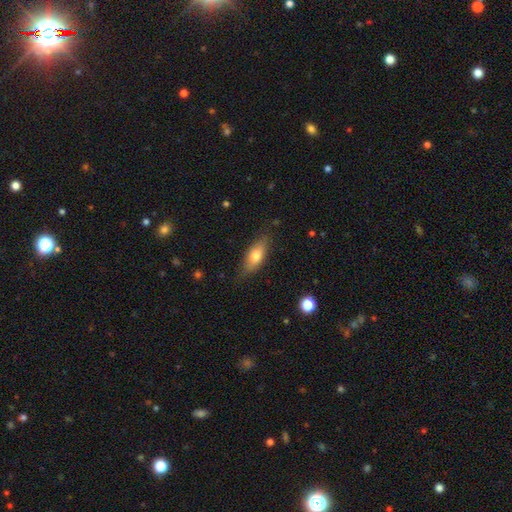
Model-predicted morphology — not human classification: Smooth or featured?
  - smooth: 70% *
  - featured or disk: 23%
  - star or artifact: 7%
How rounded?
  - in between: 71% *
  - cigar-shaped: 26%
  - round: 3%
Merging?
  - none: 78% *
  - minor disturbance: 17%
  - major disturbance: 4%
  - merger: 1%